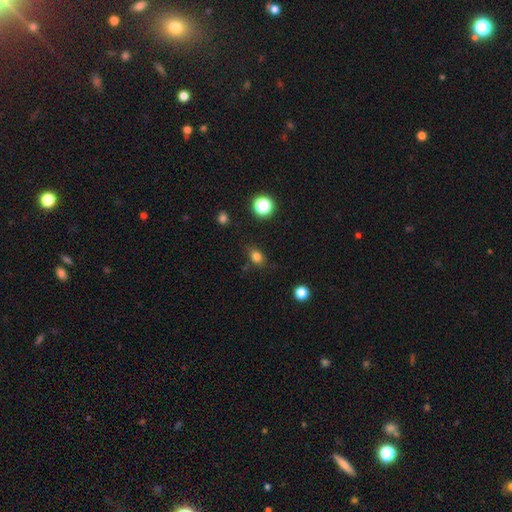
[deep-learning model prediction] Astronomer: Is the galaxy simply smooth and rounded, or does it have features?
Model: smooth — 81%.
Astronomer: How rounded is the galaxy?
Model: in between — 59% (runner-up: round, 40%).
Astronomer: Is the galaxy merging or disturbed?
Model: none — 75%.